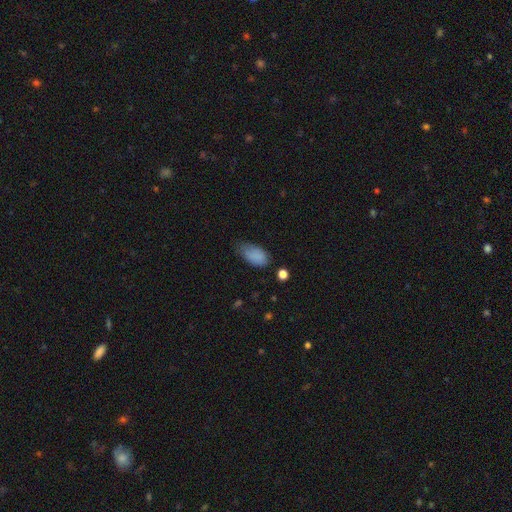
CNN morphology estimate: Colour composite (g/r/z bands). It shows a smooth galaxy with no disk features (86%) that is in between round and cigar-shaped (93%). Merging: none (49%).